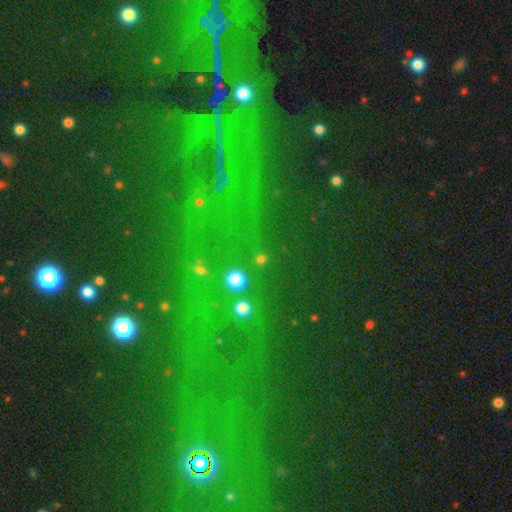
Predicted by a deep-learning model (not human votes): smooth_or_featured: star or artifact (p=0.78) [alt: smooth p=0.13]